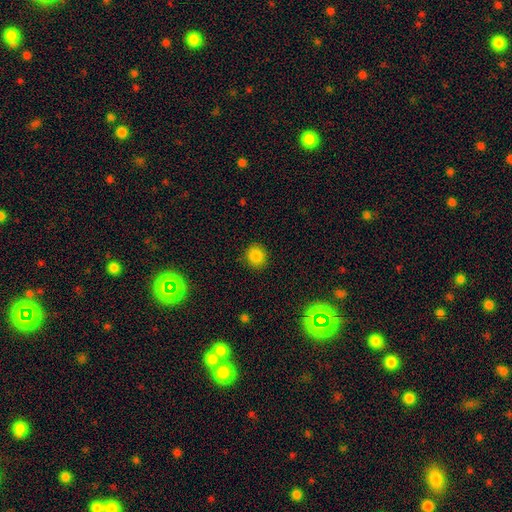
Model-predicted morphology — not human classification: A smooth galaxy with no disk features (84%) that is round (80%).

Vote fractions:
- Smooth or featured? smooth: 84% / star or artifact: 12% / featured or disk: 4%
- How rounded? round: 80% / in between: 19% / cigar-shaped: 1%
- Merging? none: 89% / minor disturbance: 7% / major disturbance: 2% / merger: 1%